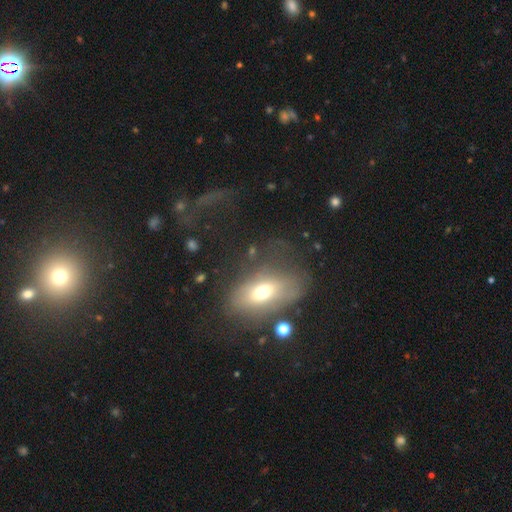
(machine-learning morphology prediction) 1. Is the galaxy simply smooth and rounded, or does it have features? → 48% smooth, 37% featured or disk, 15% star or artifact.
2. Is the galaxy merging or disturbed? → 41% none, 33% major disturbance, 20% minor disturbance, 7% merger.